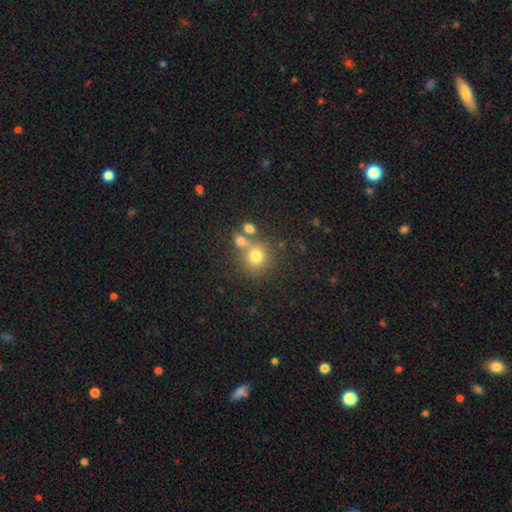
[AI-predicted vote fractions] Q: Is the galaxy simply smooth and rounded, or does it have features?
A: smooth — 74%.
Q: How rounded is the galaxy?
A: round — 84%.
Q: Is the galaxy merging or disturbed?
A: none — 56%.